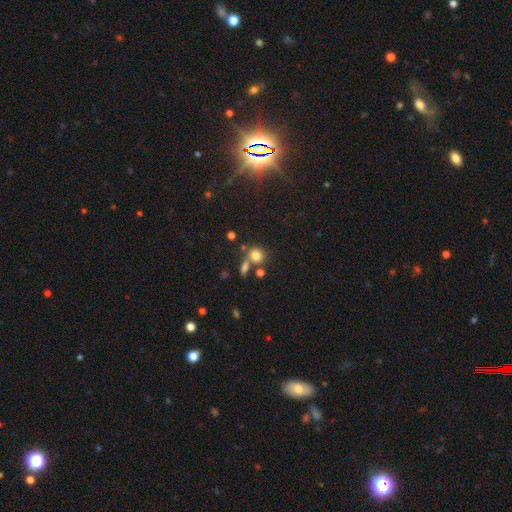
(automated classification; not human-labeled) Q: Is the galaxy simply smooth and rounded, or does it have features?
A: smooth — 79%.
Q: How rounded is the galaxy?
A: round — 68%.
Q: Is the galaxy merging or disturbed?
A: none — 56%.